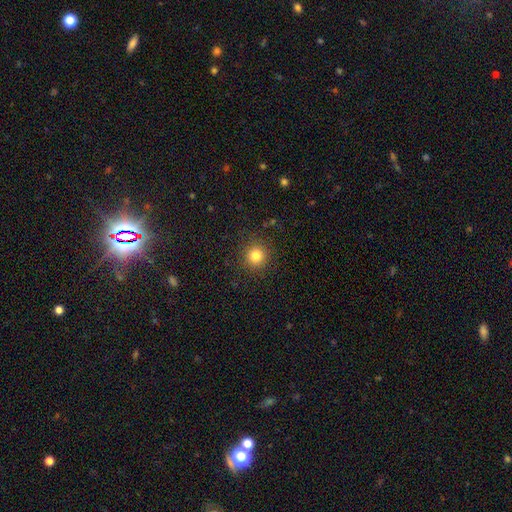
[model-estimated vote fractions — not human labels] Smooth or featured: smooth — 82% (star or artifact — 12%)
How rounded: round — 94% (in between — 5%)
Merging: none — 90% (minor disturbance — 7%)